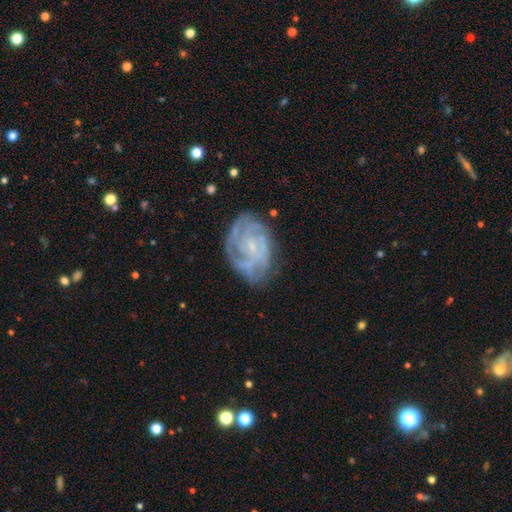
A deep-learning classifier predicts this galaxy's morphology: A featured or disk galaxy (80%) with no bar (64%), tight (65%) spiral arms (94%) and a small central bulge (76%).

Vote fractions:
- Smooth or featured? featured or disk: 80% / smooth: 12% / star or artifact: 8%
- Edge-on disk? no: 97% / yes: 3%
- Bar? no: 64% / weak: 29% / strong: 6%
- Spiral arms? yes: 94% / no: 6%
- Spiral winding? tight: 65% / medium: 29% / loose: 6%
- Spiral arm count? can't tell: 31% / 3: 23% / 2: 19% / 4: 13% / more than 4: 7% / 1: 6%
- Bulge size? small: 76% / moderate: 13% / none: 9% / large: 1% / dominant: 1%
- Merging? none: 72% / minor disturbance: 19% / major disturbance: 7% / merger: 2%